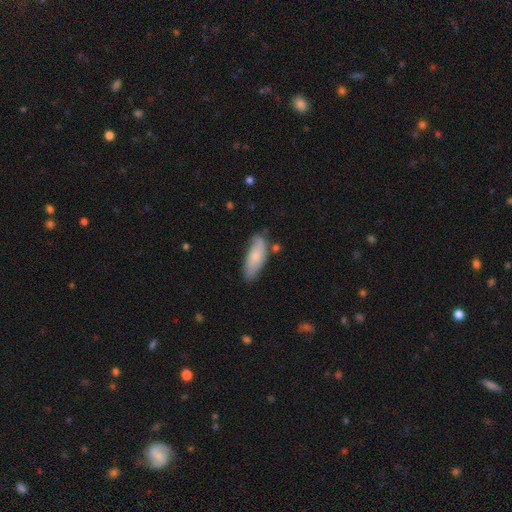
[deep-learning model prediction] Morphology: type=smooth (70%); roundness=in between (69%); merging=none (66%).